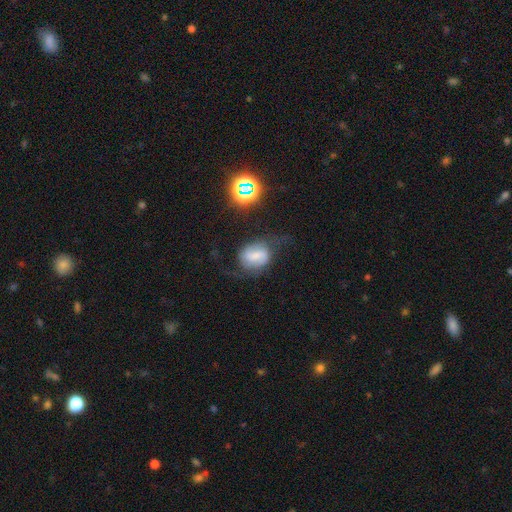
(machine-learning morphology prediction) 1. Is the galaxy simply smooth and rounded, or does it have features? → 54% featured or disk, 34% smooth, 12% star or artifact.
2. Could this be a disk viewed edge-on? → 96% no, 4% yes.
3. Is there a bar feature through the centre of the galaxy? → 46% weak, 32% strong, 22% no.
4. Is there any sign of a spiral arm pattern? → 86% yes, 14% no.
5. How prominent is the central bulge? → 37% small, 29% moderate, 23% none, 8% large, 3% dominant.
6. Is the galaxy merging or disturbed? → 53% none, 23% minor disturbance, 20% major disturbance, 3% merger.